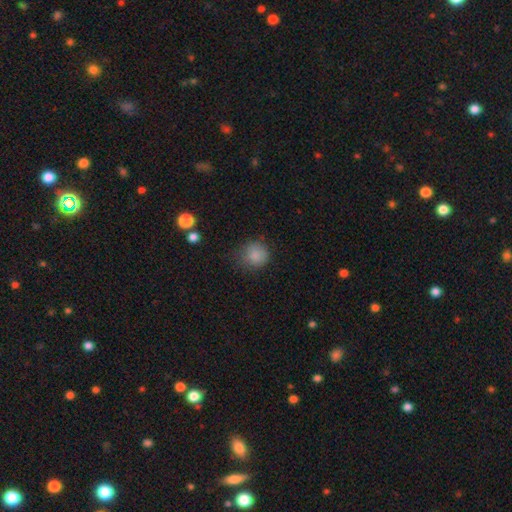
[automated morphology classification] Smooth or featured?
  - smooth: 84% *
  - star or artifact: 9%
  - featured or disk: 6%
How rounded?
  - round: 86% *
  - in between: 13%
  - cigar-shaped: 1%
Merging?
  - none: 68% *
  - minor disturbance: 23%
  - major disturbance: 7%
  - merger: 2%